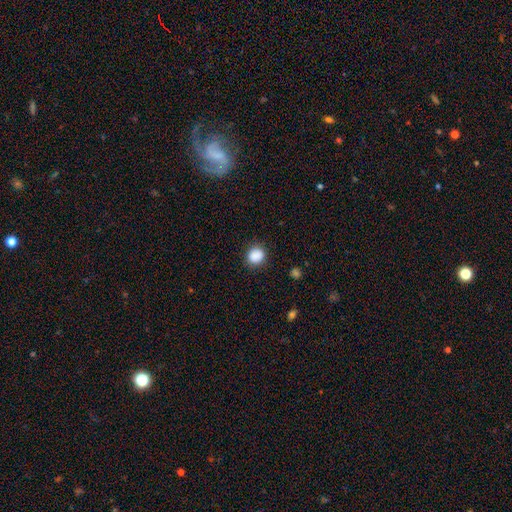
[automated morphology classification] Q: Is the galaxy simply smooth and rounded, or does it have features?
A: smooth — 88%.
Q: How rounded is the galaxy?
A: round — 79%.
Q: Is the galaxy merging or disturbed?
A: none — 87%.